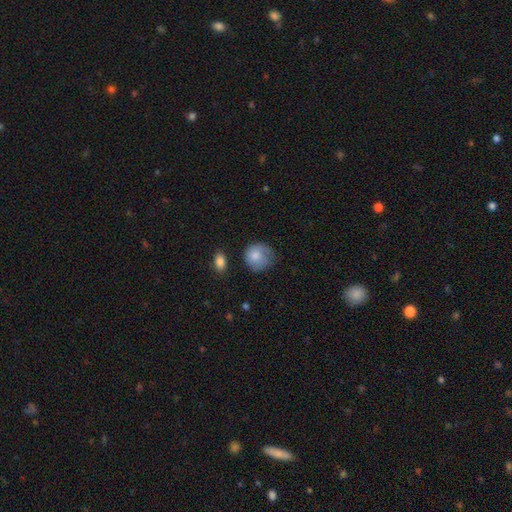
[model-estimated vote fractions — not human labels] Morphology: type=smooth (79%); roundness=round (81%); merging=none (49%).